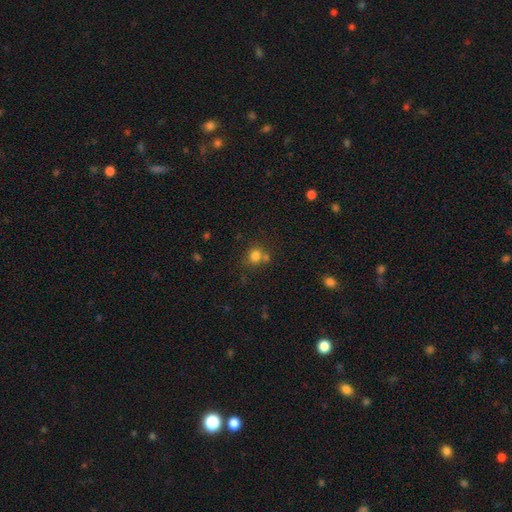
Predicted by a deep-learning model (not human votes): This is likely a smooth galaxy (79%). How rounded: clearly round (81%). Merging: likely none (61%).